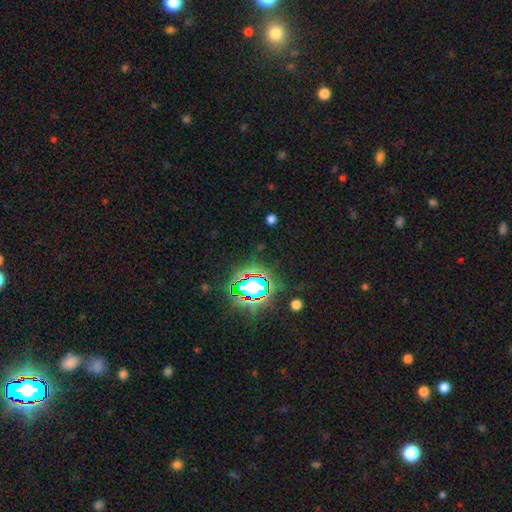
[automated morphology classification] Smooth or featured? Predicted: star or artifact (p=0.79).